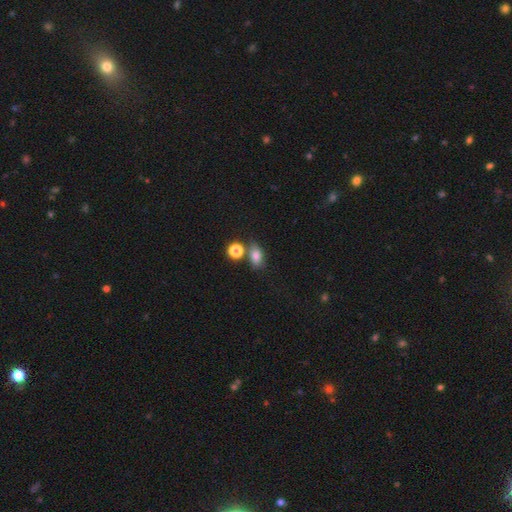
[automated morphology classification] The model was most divided on "merging": none: 64%, merger: 18%, minor disturbance: 14%, major disturbance: 4%. More confident: smooth or featured — smooth (79%); how rounded — in between (75%).